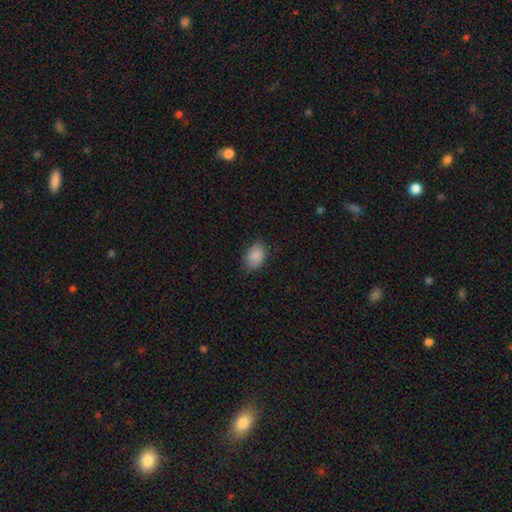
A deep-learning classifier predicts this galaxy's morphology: Smooth or featured? Predicted: smooth (p=0.88). How rounded? Predicted: in between (p=0.79). Merging? Predicted: none (p=0.78).